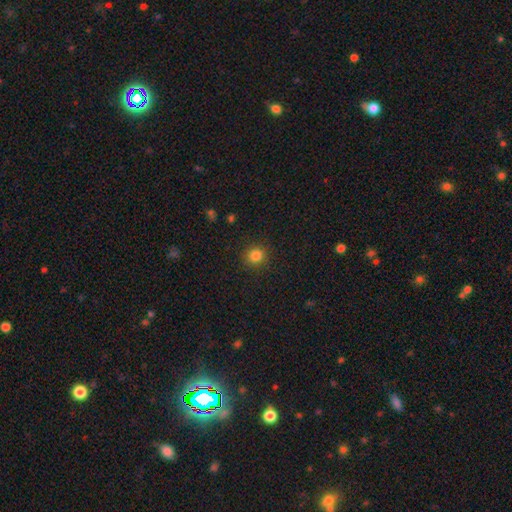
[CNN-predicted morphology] Overall: smooth (83%). How rounded: round (86%). Merging: none (90%).